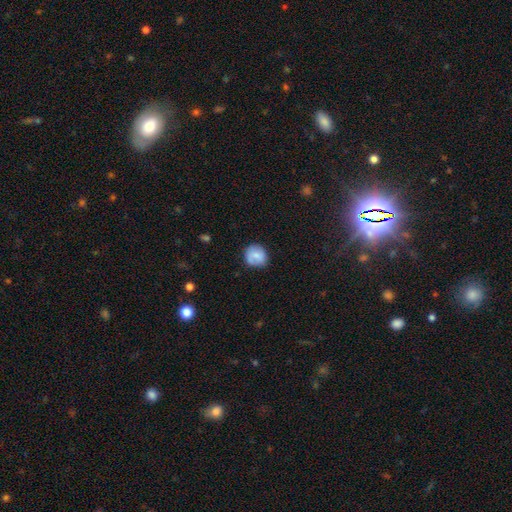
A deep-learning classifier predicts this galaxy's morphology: The model was most divided on "merging": none: 72%, minor disturbance: 21%, major disturbance: 5%, merger: 2%. More confident: how rounded — round (83%); smooth or featured — smooth (75%).